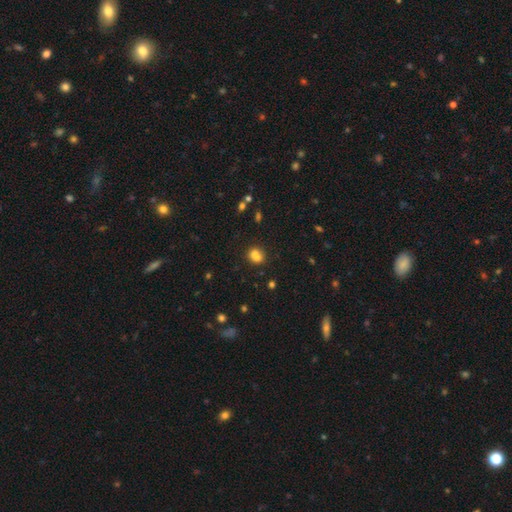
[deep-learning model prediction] A smooth galaxy with no disk features (76%) that is round (57%).

Vote fractions:
- Smooth or featured? smooth: 76% / star or artifact: 14% / featured or disk: 10%
- How rounded? round: 57% / in between: 41% / cigar-shaped: 1%
- Merging? none: 49% / merger: 35% / minor disturbance: 12% / major disturbance: 4%